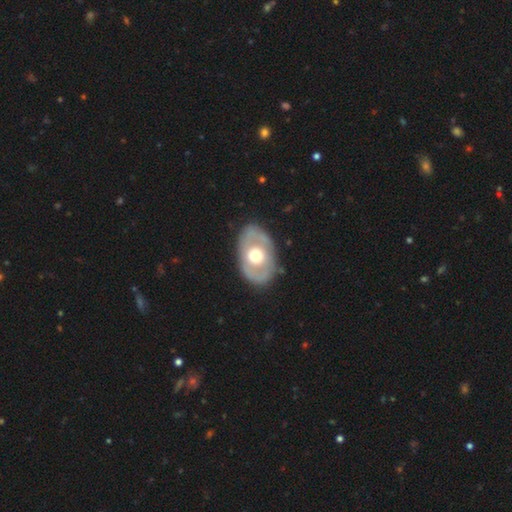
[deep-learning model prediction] Smooth or featured: featured or disk — 57% (smooth — 39%)
Edge-on disk: no — 92% (yes — 8%)
Bar: no — 85% (weak — 11%)
Spiral arms: no — 78% (yes — 22%)
Bulge size: moderate — 67% (large — 24%)
Merging: none — 82% (minor disturbance — 12%)